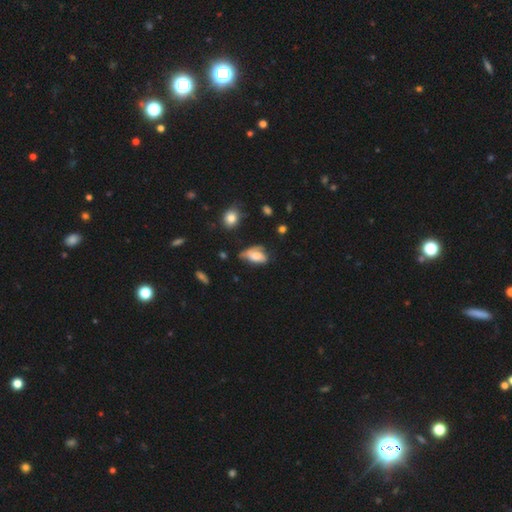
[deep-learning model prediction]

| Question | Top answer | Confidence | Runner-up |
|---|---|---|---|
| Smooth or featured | smooth | 63% | featured or disk (27%) |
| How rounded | in between | 88% | round (7%) |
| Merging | minor disturbance | 39% | major disturbance (28%) |